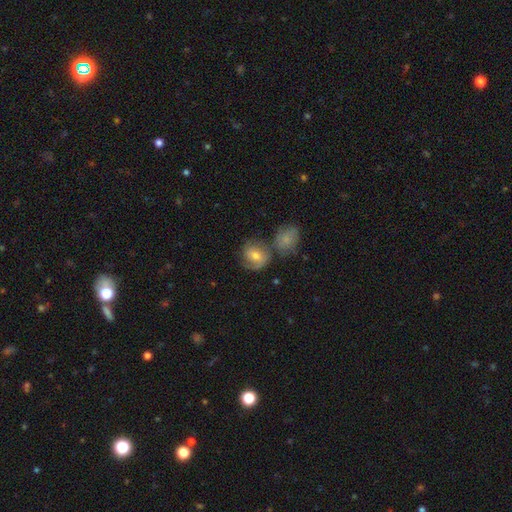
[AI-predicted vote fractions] A smooth galaxy with no disk features (49%). Merging: none (54%).